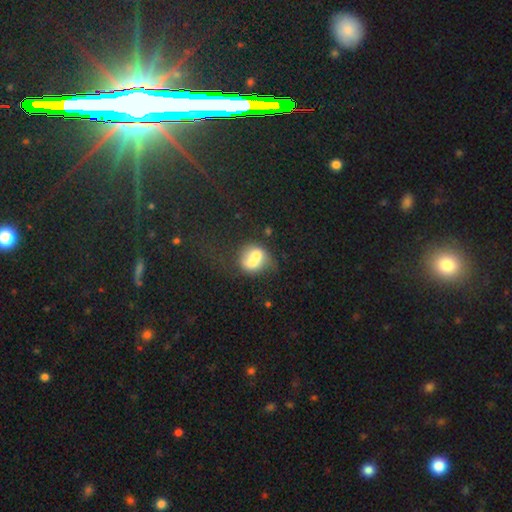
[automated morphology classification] Smooth or featured? Predicted: smooth (p=0.60). How rounded? Predicted: round (p=0.65). Merging? Predicted: merger (p=0.67).